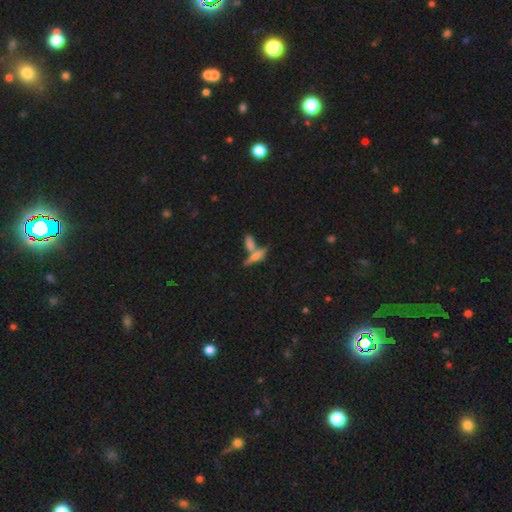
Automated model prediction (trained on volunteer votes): Q: Smooth or featured?
A: featured or disk (47%); runner-up: smooth (41%)
Q: Merging?
A: none (50%); runner-up: merger (36%)